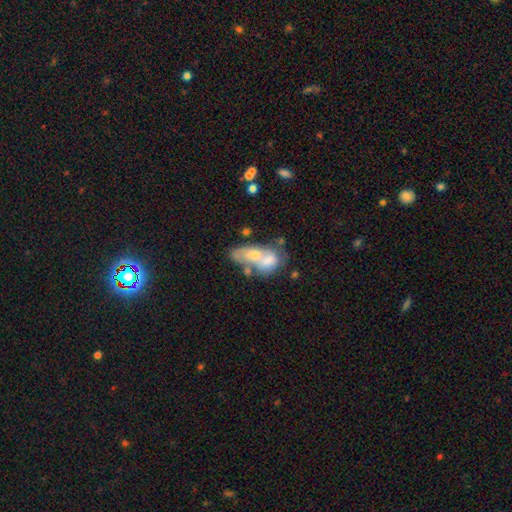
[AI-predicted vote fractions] smooth_or_featured: smooth (p=0.47) [alt: featured or disk p=0.44]
merging: merger (p=0.61) [alt: none p=0.16]